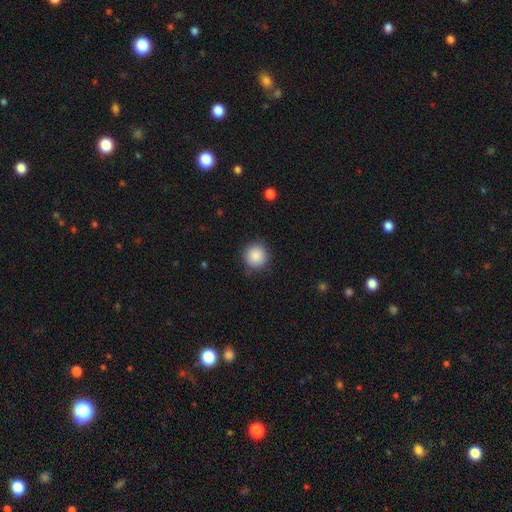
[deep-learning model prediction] smooth_or_featured: smooth (p=0.88) [alt: star or artifact p=0.09]
how_rounded: round (p=0.93) [alt: in between p=0.06]
merging: none (p=0.85) [alt: minor disturbance p=0.11]